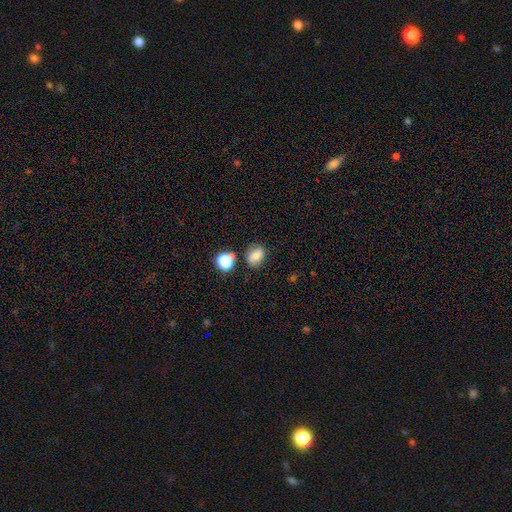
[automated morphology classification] smooth_or_featured: smooth (p=0.77) [alt: star or artifact p=0.14]
how_rounded: in between (p=0.57) [alt: round p=0.41]
merging: none (p=0.73) [alt: minor disturbance p=0.16]